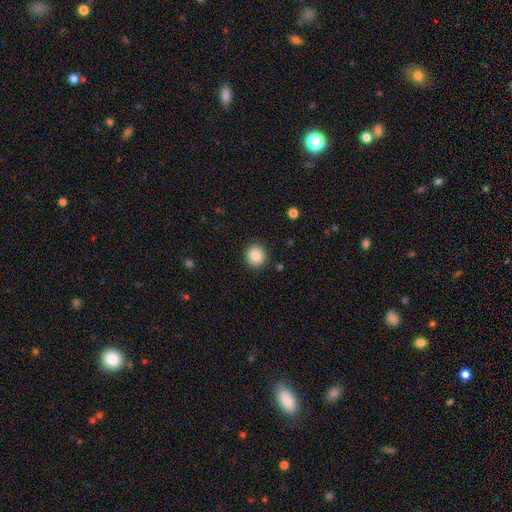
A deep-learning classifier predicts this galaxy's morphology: Smooth or featured? Predicted: smooth (p=0.87). How rounded? Predicted: round (p=0.91). Merging? Predicted: none (p=0.90).